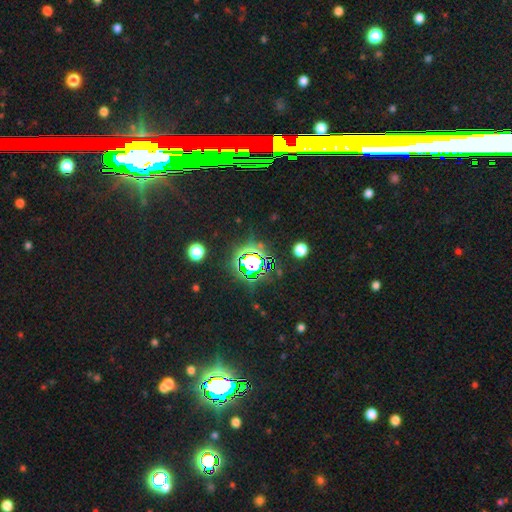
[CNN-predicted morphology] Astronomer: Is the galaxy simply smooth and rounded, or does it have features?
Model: star or artifact — 72%.